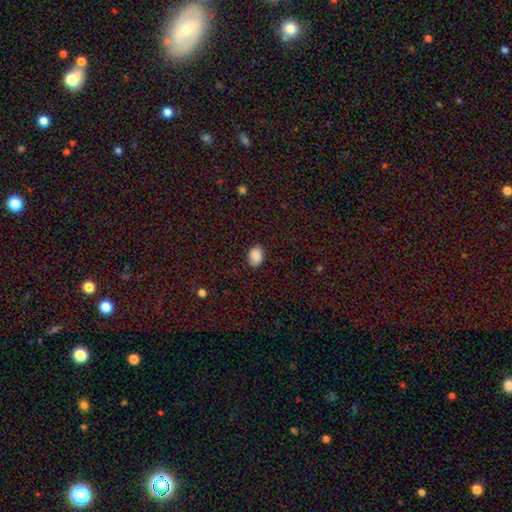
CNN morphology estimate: Q: Smooth or featured?
A: smooth (88%); runner-up: star or artifact (8%)
Q: How rounded?
A: in between (79%); runner-up: round (20%)
Q: Merging?
A: none (87%); runner-up: minor disturbance (10%)